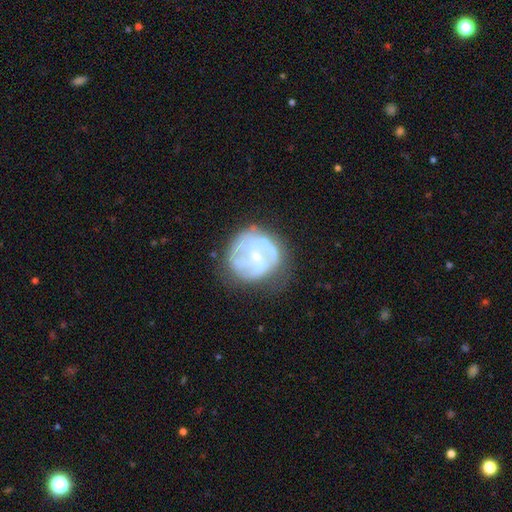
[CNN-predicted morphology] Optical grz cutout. It shows a featured or disk galaxy (68%) with no bar (56%), spiral arms (60%) and a small central bulge (69%). Merging: none (58%).